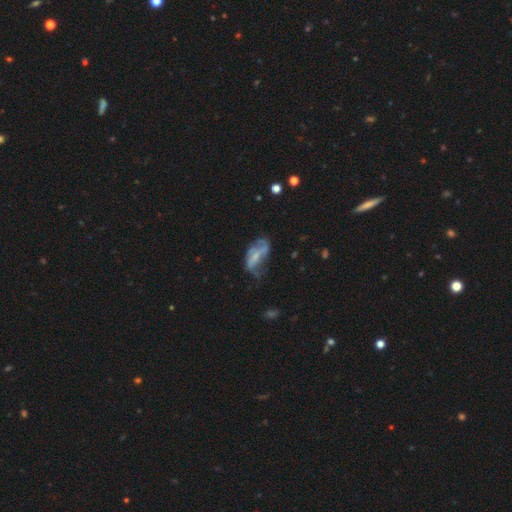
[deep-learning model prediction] Q: Smooth or featured?
A: featured or disk (62%); runner-up: smooth (29%)
Q: Edge-on disk?
A: no (93%); runner-up: yes (7%)
Q: Bar?
A: no (40%); runner-up: weak (37%)
Q: Spiral arms?
A: yes (65%); runner-up: no (35%)
Q: Bulge size?
A: small (44%); runner-up: none (28%)
Q: Merging?
A: none (34%); runner-up: major disturbance (33%)